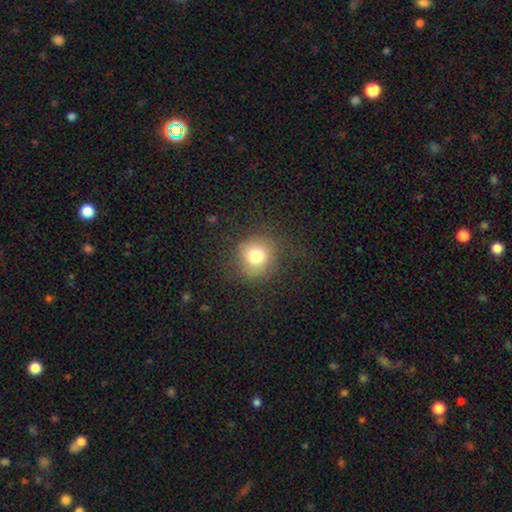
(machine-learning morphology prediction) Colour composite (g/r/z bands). It shows a smooth galaxy with no disk features (76%) that is round (86%). Merging: none (81%).